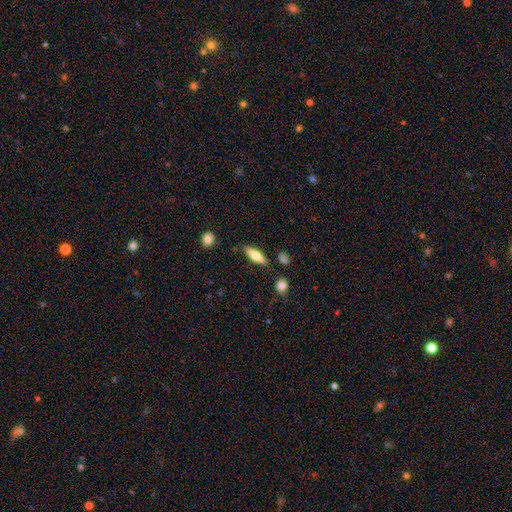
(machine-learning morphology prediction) This appears to be a smooth galaxy with no disk features (62%) that is cigar-shaped (54%). Merging: none (83%).